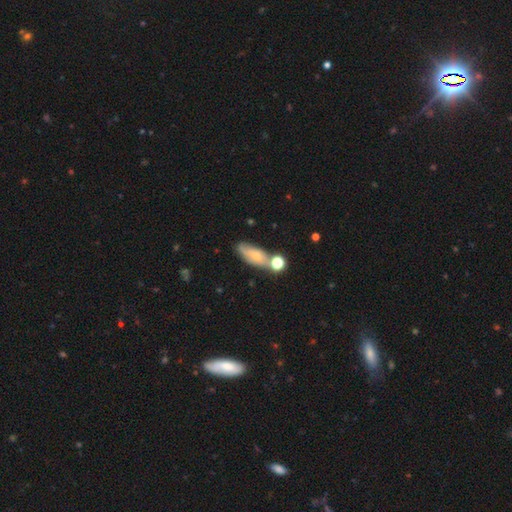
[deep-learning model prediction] Q: Smooth or featured?
A: smooth (55%); runner-up: featured or disk (35%)
Q: How rounded?
A: in between (70%); runner-up: cigar-shaped (23%)
Q: Merging?
A: none (50%); runner-up: minor disturbance (22%)